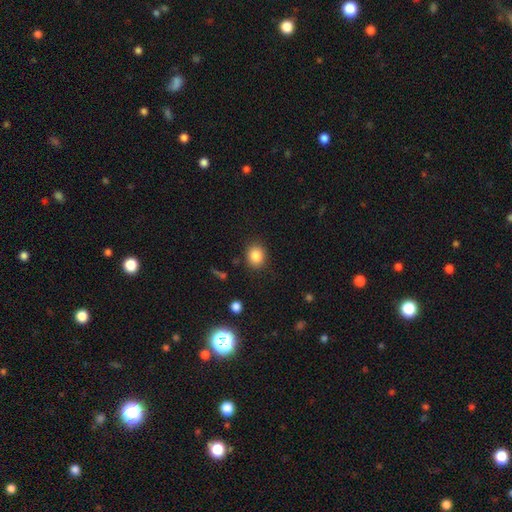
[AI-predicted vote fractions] Smooth or featured? Predicted: smooth (p=0.85). How rounded? Predicted: round (p=0.62). Merging? Predicted: none (p=0.86).